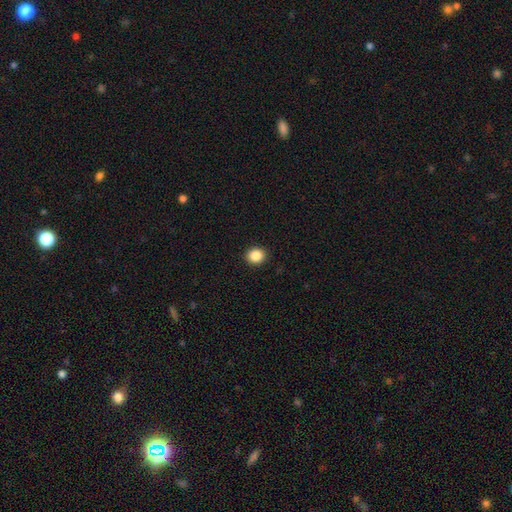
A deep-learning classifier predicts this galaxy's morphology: A smooth galaxy with no disk features (87%) that is round (80%). Merging: none (93%).